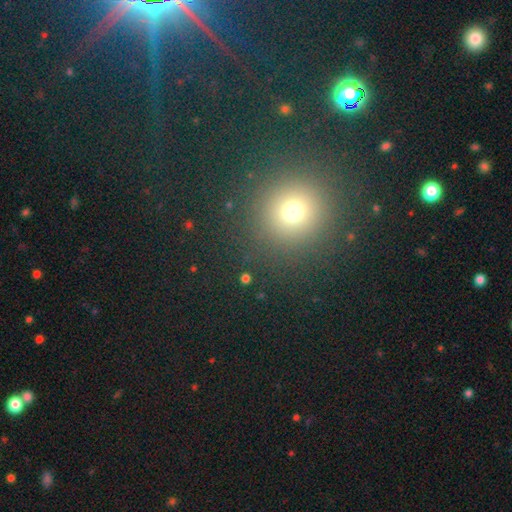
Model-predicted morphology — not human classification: Overall: smooth (55%; star or artifact 37%). How rounded: round (92%). Merging: none (91%).